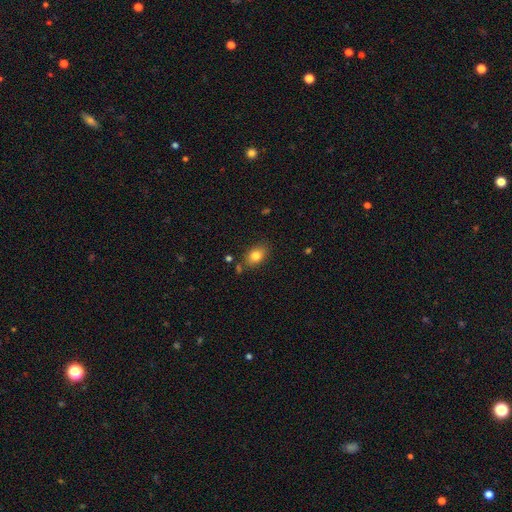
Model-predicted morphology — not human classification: Smooth or featured? Predicted: smooth (p=0.81). How rounded? Predicted: in between (p=0.77). Merging? Predicted: none (p=0.76).